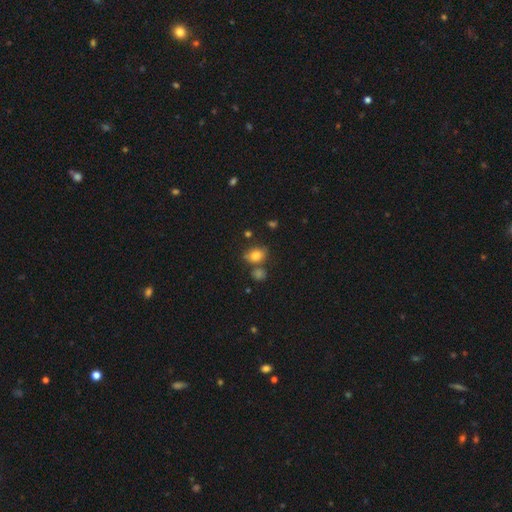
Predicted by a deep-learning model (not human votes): A smooth galaxy with no disk features (80%) that is in between round and cigar-shaped (67%). Merging: none (62%).